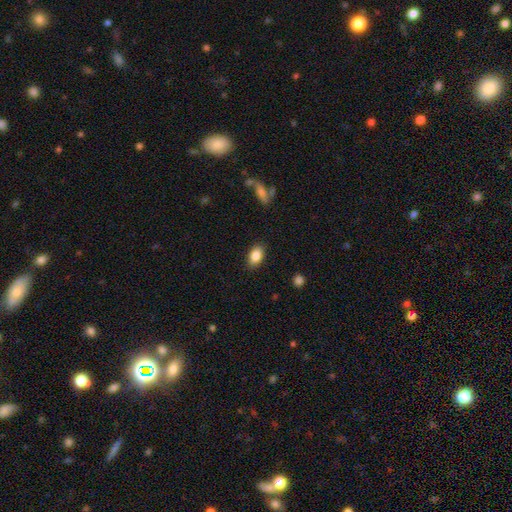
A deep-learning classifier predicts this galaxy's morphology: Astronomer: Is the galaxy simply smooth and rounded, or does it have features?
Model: smooth — 87%.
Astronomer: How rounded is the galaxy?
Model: in between — 90%.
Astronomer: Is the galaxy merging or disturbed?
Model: none — 87%.